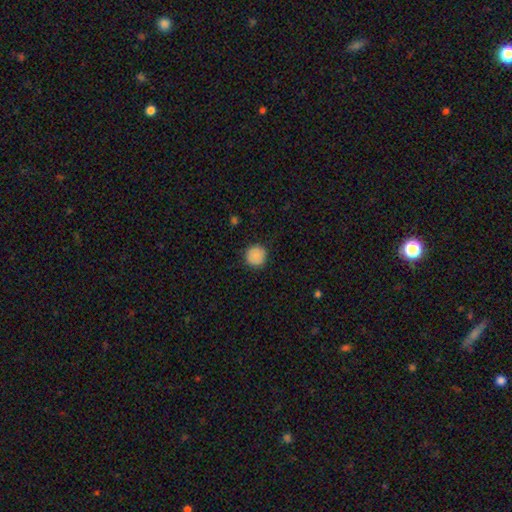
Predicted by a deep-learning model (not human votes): Overall: smooth (86%). How rounded: round (94%). Merging: none (88%).